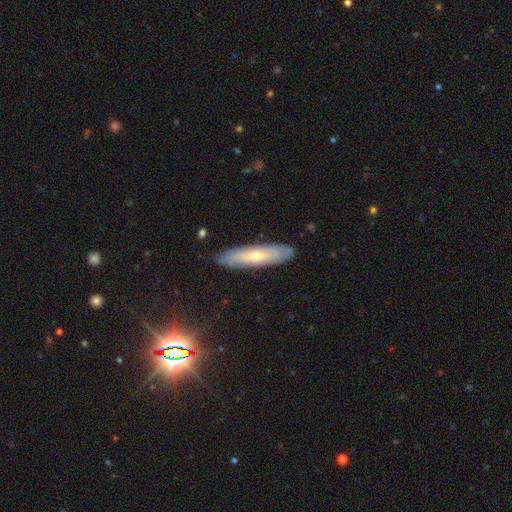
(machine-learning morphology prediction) Smooth or featured: featured or disk — 49% (smooth — 42%)
Merging: none — 86% (minor disturbance — 11%)